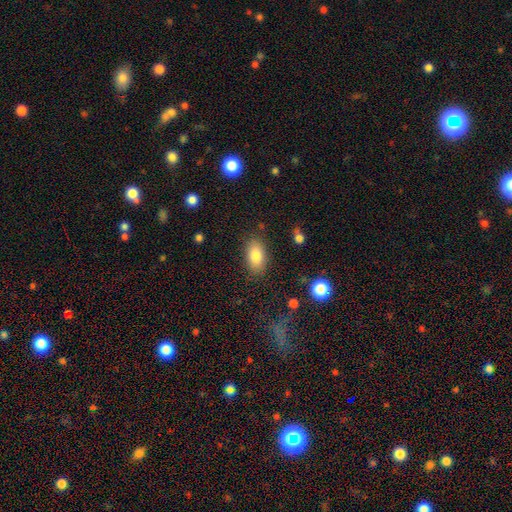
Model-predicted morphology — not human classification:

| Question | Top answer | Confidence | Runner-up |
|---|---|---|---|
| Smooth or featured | smooth | 84% | featured or disk (9%) |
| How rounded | in between | 92% | round (5%) |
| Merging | none | 84% | minor disturbance (11%) |